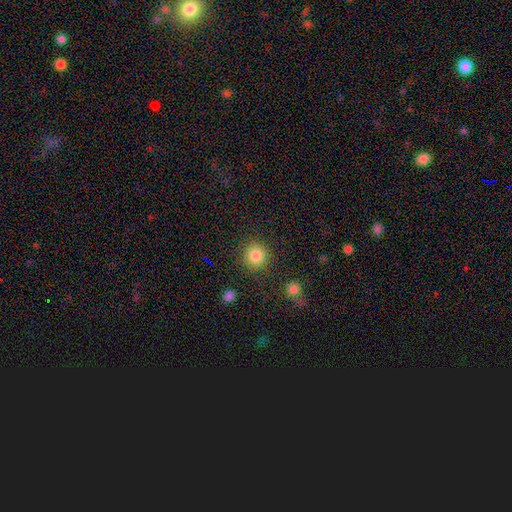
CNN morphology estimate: The model was most divided on "smooth or featured": smooth: 84%, star or artifact: 11%, featured or disk: 5%. More confident: how rounded — round (91%); merging — none (84%).